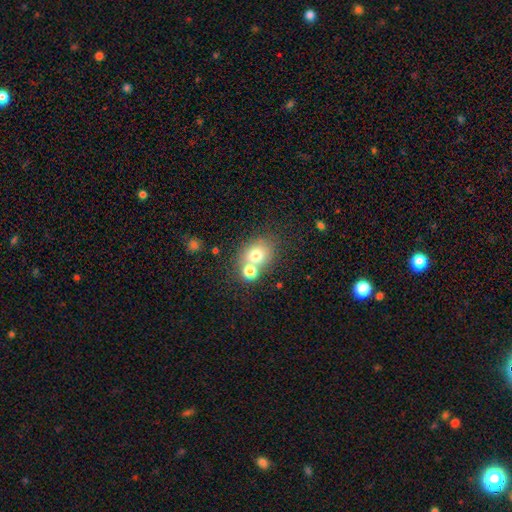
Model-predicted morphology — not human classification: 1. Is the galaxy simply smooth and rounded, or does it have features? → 72% smooth, 15% featured or disk, 13% star or artifact.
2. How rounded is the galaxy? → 64% round, 35% in between, 1% cigar-shaped.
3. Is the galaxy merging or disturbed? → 49% none, 37% merger, 9% minor disturbance, 4% major disturbance.